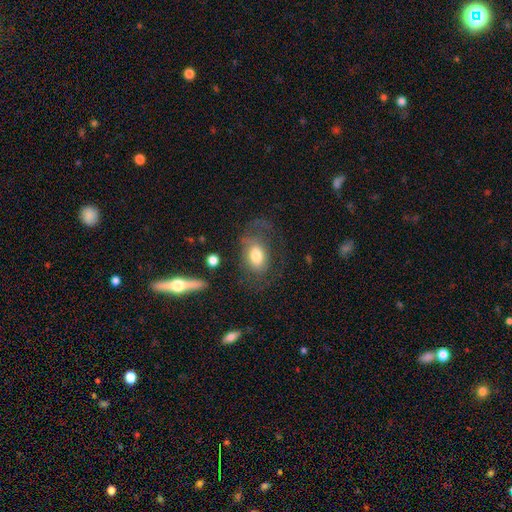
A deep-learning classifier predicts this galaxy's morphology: smooth 58%, featured or disk 34%, star or artifact 8%. Down the decision tree: how rounded — in between (80%); merging — none (42%).